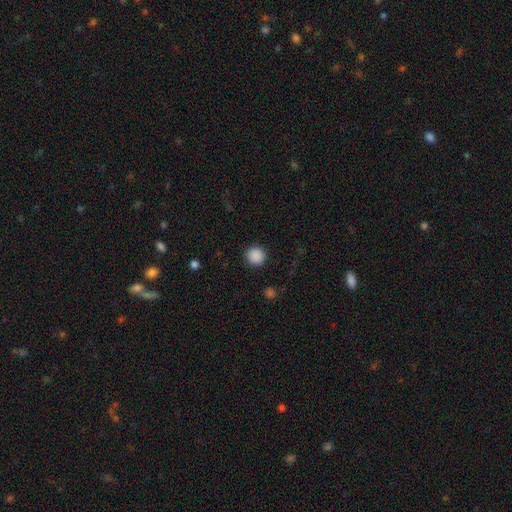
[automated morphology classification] Smooth or featured: smooth — 89% (star or artifact — 9%)
How rounded: round — 93% (in between — 6%)
Merging: none — 91% (minor disturbance — 6%)